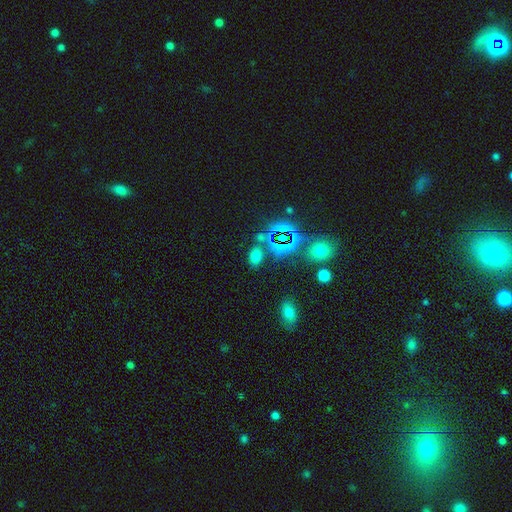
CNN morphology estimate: Smooth or featured?
  - smooth: 58% *
  - star or artifact: 35%
  - featured or disk: 7%
How rounded?
  - in between: 82% *
  - round: 16%
  - cigar-shaped: 2%
Merging?
  - none: 74% *
  - minor disturbance: 11%
  - merger: 10%
  - major disturbance: 5%